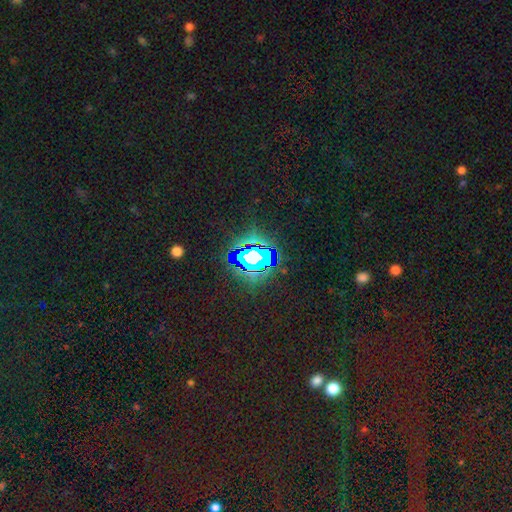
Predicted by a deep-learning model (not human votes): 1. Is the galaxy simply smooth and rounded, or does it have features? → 74% star or artifact, 14% smooth, 12% featured or disk.